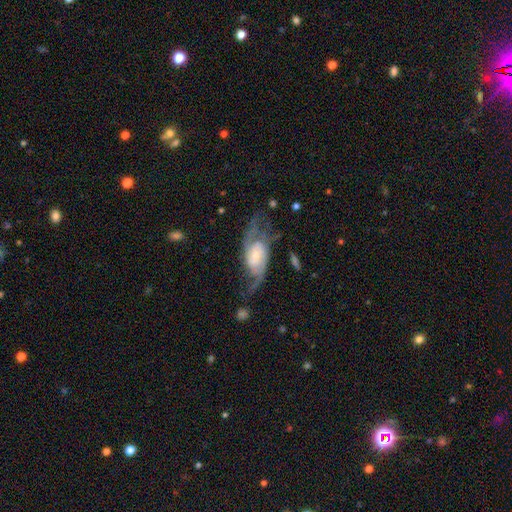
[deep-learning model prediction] Smooth or featured?
  - featured or disk: 82% *
  - smooth: 13%
  - star or artifact: 6%
Edge-on disk?
  - no: 94% *
  - yes: 6%
Bar?
  - no: 50% *
  - weak: 38%
  - strong: 12%
Spiral arms?
  - yes: 94% *
  - no: 6%
Spiral winding?
  - loose: 44% *
  - medium: 39%
  - tight: 16%
Spiral arm count?
  - 2: 83% *
  - can't tell: 7%
  - 3: 4%
  - 1: 3%
  - 4: 2%
  - more than 4: 1%
Bulge size?
  - small: 54% *
  - moderate: 33%
  - large: 7%
  - none: 4%
  - dominant: 2%
Merging?
  - none: 53% *
  - major disturbance: 24%
  - minor disturbance: 20%
  - merger: 3%